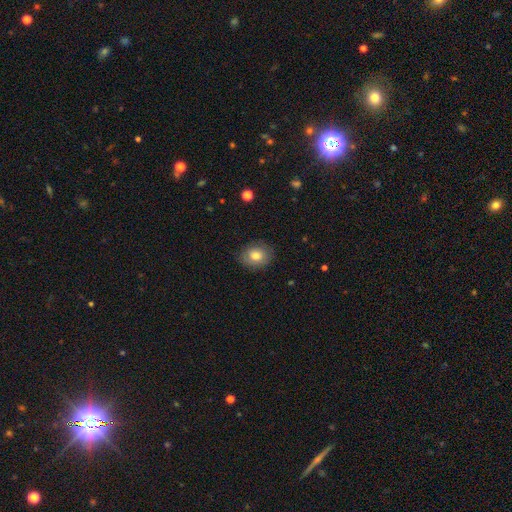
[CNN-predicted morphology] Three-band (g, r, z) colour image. It shows a smooth galaxy with no disk features (75%) that is round (53%). Merging: none (81%).